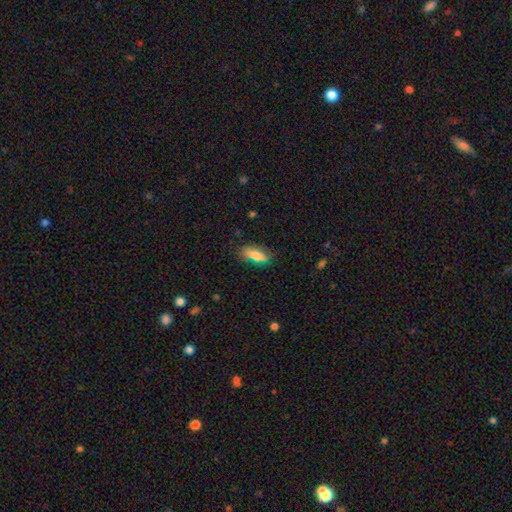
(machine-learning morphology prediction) This is likely a smooth galaxy (76%). How rounded: likely in between (72%). Merging: likely none (71%).